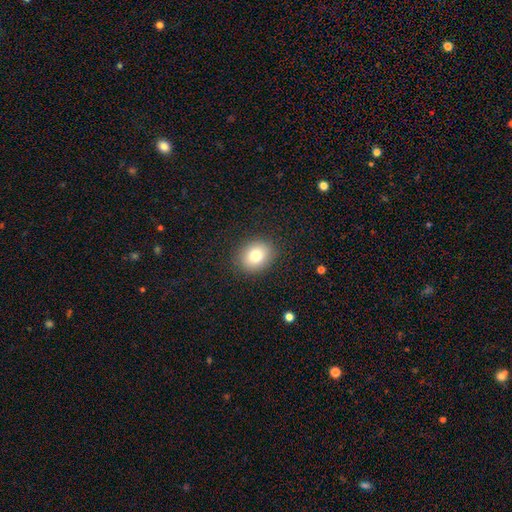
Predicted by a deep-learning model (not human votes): A smooth galaxy with no disk features (80%) that is round (55%).

Vote fractions:
- Smooth or featured? smooth: 80% / featured or disk: 10% / star or artifact: 10%
- How rounded? round: 55% / in between: 44% / cigar-shaped: 1%
- Merging? none: 88% / minor disturbance: 8% / major disturbance: 3% / merger: 1%